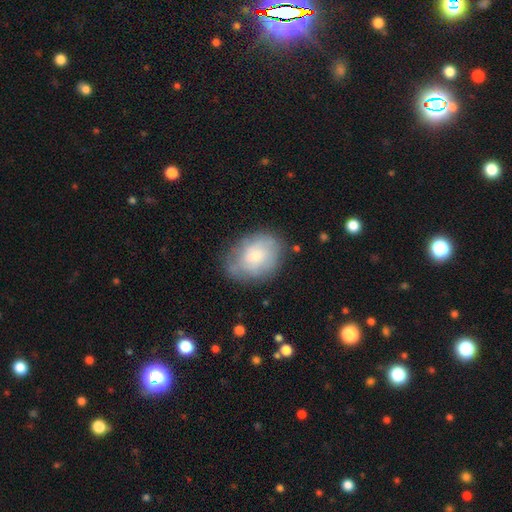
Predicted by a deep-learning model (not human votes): Overall: smooth (62%; featured or disk 30%). How rounded: in between (63%; round 36%). Merging: none (67%).